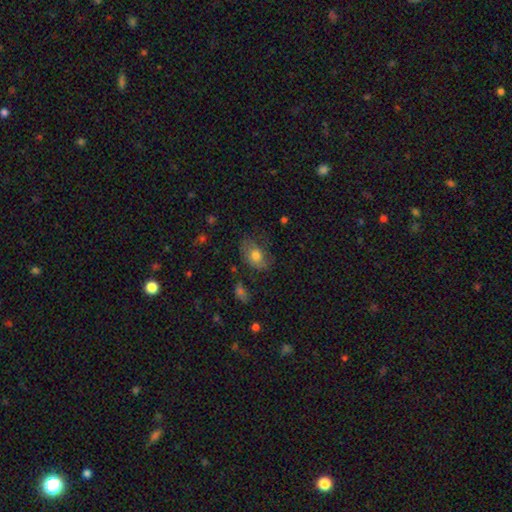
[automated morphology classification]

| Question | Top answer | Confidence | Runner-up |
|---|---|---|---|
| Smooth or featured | smooth | 67% | featured or disk (24%) |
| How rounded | in between | 81% | round (17%) |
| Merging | none | 61% | minor disturbance (25%) |